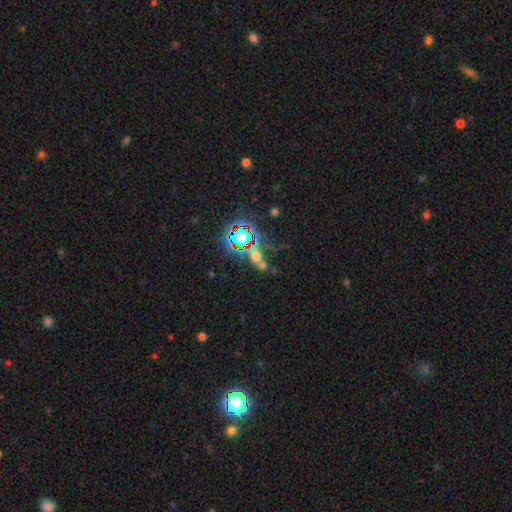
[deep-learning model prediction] smooth-or-featured: star or artifact: 45% | smooth: 37% | featured or disk: 17%